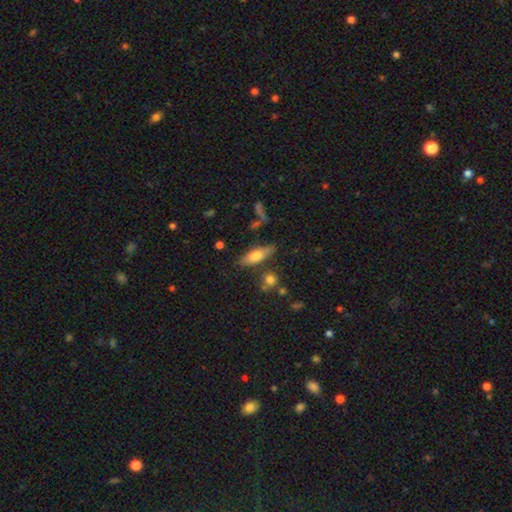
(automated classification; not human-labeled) The model was most divided on "how rounded": in between: 56%, cigar-shaped: 41%, round: 3%. More confident: merging — none (75%); smooth or featured — smooth (70%).